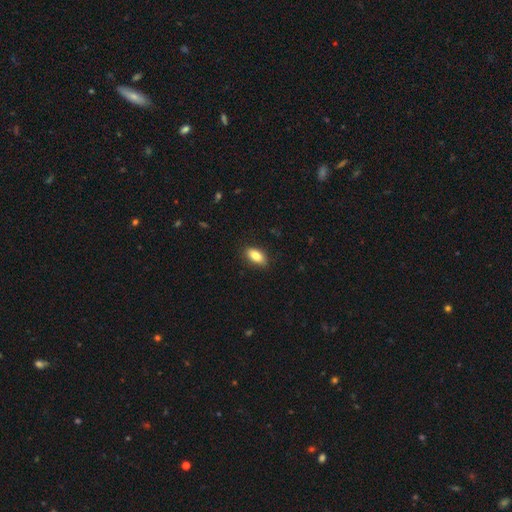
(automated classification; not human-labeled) smooth_or_featured: smooth (p=0.82) [alt: featured or disk p=0.11]
how_rounded: in between (p=0.88) [alt: cigar-shaped p=0.09]
merging: none (p=0.87) [alt: minor disturbance p=0.10]